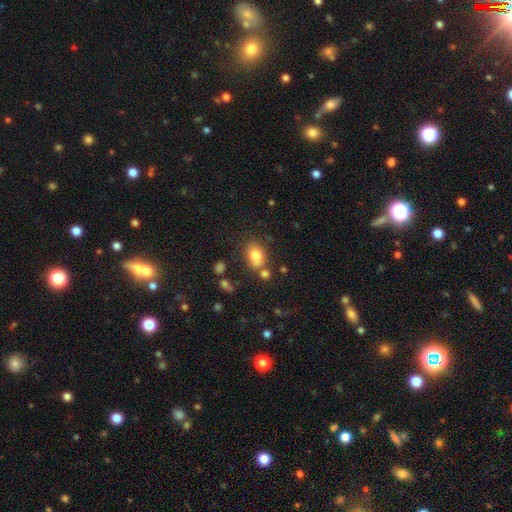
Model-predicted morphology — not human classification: A smooth galaxy with no disk features (79%) that is in between round and cigar-shaped (70%). Merging: none (59%).